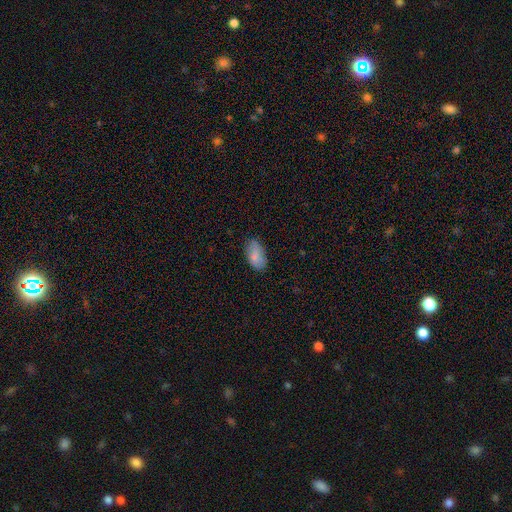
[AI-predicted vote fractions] A smooth galaxy with no disk features (83%) that is in between round and cigar-shaped (94%). Merging: none (76%).